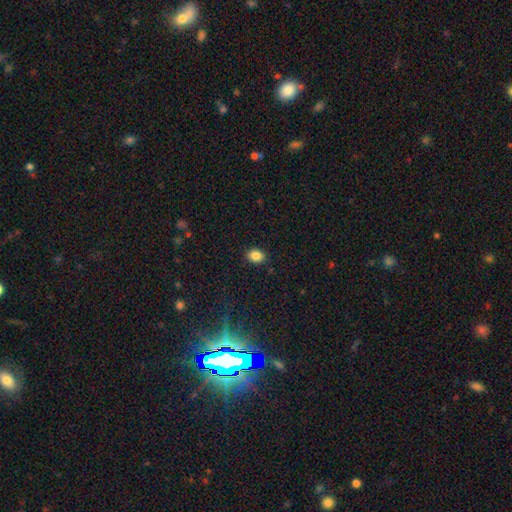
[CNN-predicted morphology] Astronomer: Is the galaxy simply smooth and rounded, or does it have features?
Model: smooth — 85%.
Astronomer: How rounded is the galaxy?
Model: in between — 65%.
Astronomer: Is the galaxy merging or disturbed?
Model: none — 89%.